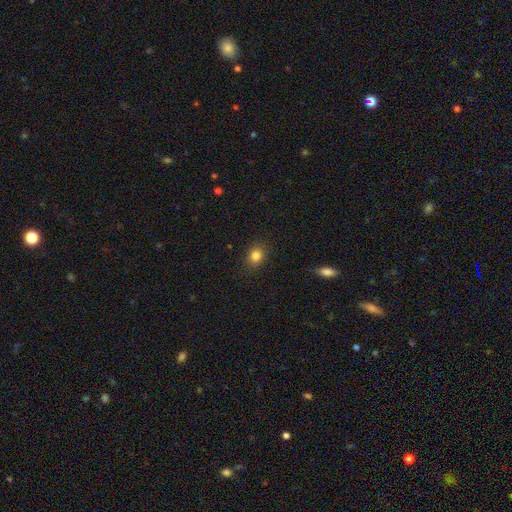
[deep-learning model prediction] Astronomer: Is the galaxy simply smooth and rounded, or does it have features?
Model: smooth — 83%.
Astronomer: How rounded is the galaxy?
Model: round — 60% (runner-up: in between, 39%).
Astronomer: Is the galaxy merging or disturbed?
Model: none — 87%.